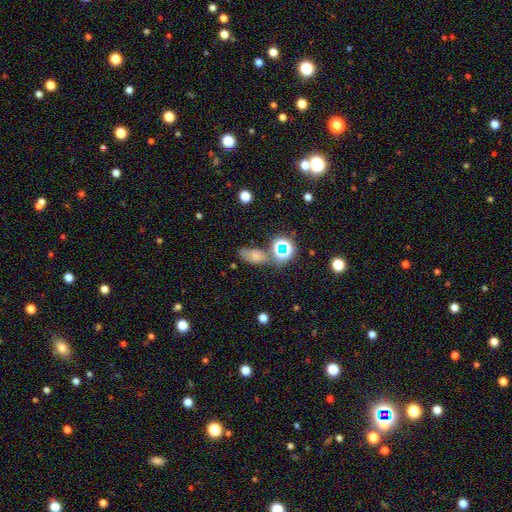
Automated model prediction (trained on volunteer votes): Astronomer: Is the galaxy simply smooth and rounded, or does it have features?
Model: smooth — 60%.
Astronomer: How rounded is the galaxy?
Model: in between — 80%.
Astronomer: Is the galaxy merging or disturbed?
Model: none — 55%.